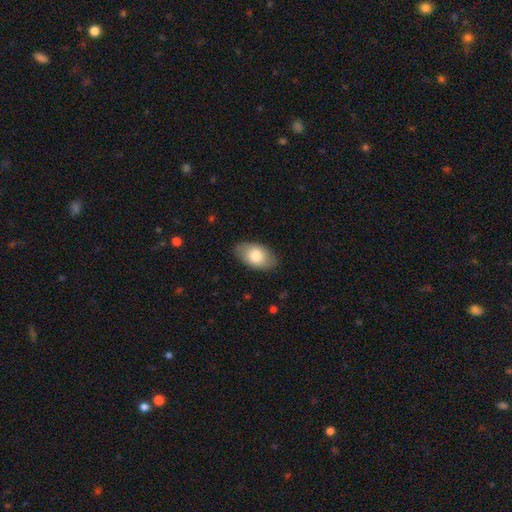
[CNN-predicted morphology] smooth-or-featured: smooth: 79% | featured or disk: 15% | star or artifact: 6%
  how-rounded: in between: 93% | round: 5% | cigar-shaped: 2%
  merging: none: 85% | minor disturbance: 12% | major disturbance: 3% | merger: 1%